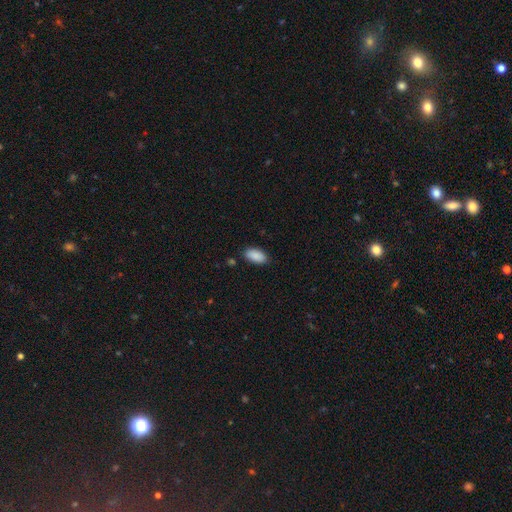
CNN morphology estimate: The model was most divided on "merging": none: 85%, minor disturbance: 11%, major disturbance: 2%, merger: 2%. More confident: how rounded — in between (94%); smooth or featured — smooth (90%).